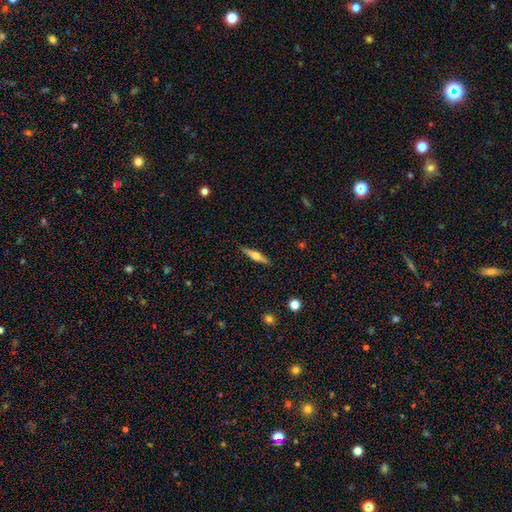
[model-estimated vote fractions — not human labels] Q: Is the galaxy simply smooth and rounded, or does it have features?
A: featured or disk — 54%.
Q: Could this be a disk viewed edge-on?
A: yes — 96%.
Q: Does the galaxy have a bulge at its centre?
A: rounded — 90%.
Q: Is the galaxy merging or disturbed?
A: none — 90%.